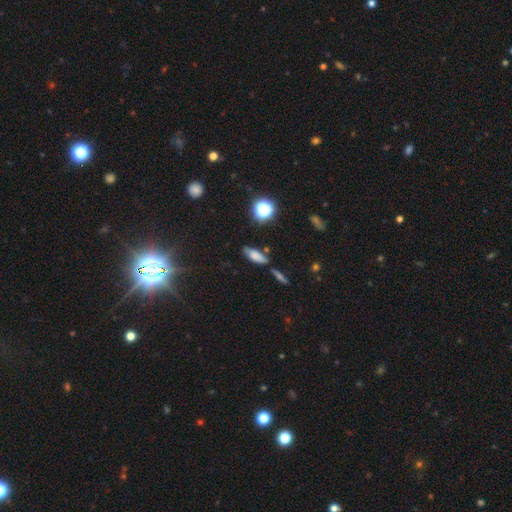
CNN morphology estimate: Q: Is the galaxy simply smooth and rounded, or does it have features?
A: smooth — 65%.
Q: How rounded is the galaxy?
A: in between — 66%.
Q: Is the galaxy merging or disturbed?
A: none — 66%.